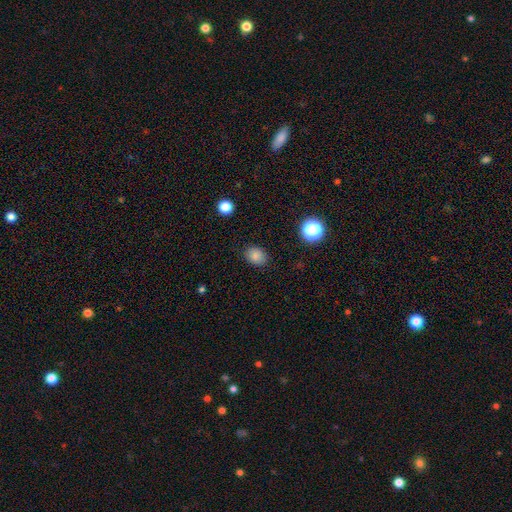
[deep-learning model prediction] A smooth galaxy with no disk features (84%) that is in between round and cigar-shaped (57%).

Vote fractions:
- Smooth or featured? smooth: 84% / star or artifact: 11% / featured or disk: 4%
- How rounded? in between: 57% / round: 42% / cigar-shaped: 1%
- Merging? none: 86% / minor disturbance: 10% / major disturbance: 3% / merger: 1%